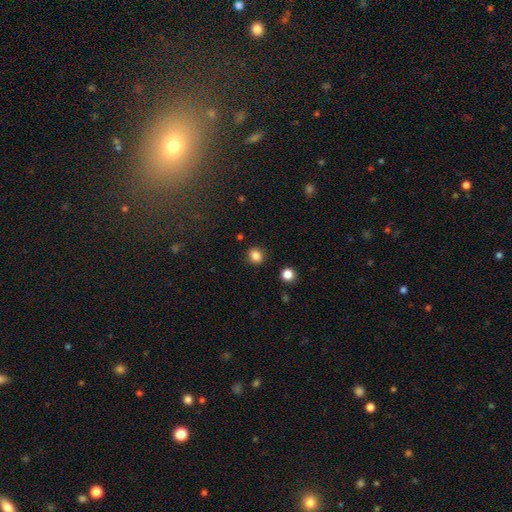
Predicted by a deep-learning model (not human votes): Smooth or featured? Predicted: smooth (p=0.85). How rounded? Predicted: round (p=0.84). Merging? Predicted: none (p=0.90).